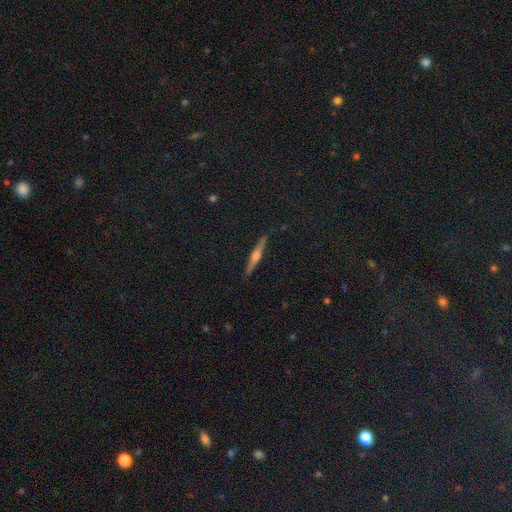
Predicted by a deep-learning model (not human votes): The model was most divided on "smooth or featured": featured or disk: 73%, smooth: 20%, star or artifact: 6%. More confident: edge-on disk — yes (98%); merging — none (90%); edge-on bulge — rounded (89%).